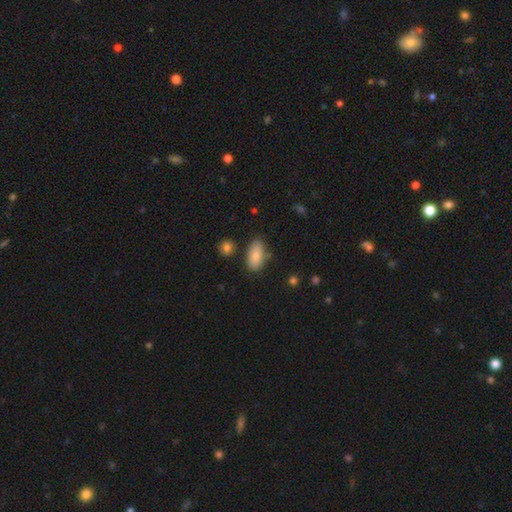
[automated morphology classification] This appears to be a smooth galaxy with no disk features (82%) that is in between round and cigar-shaped (92%). Merging: none (73%).